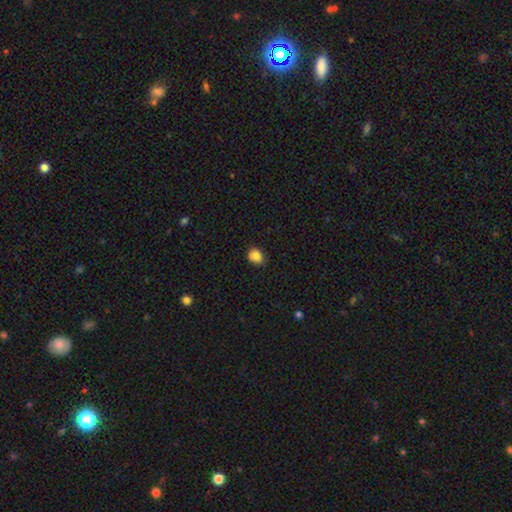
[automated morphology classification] A smooth galaxy with no disk features (85%) that is round (59%).

Vote fractions:
- Smooth or featured? smooth: 85% / star or artifact: 10% / featured or disk: 5%
- How rounded? round: 59% / in between: 40% / cigar-shaped: 1%
- Merging? none: 76% / minor disturbance: 19% / major disturbance: 3% / merger: 2%